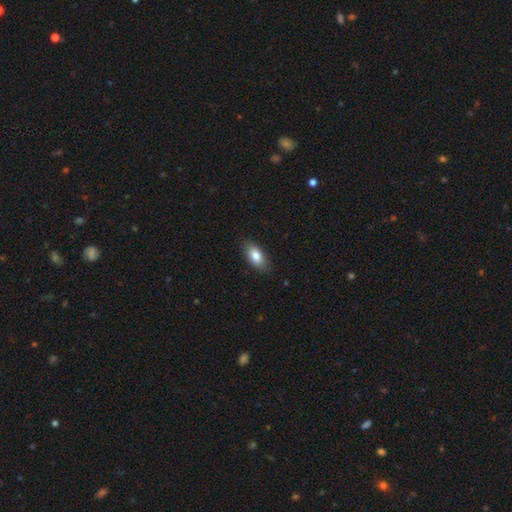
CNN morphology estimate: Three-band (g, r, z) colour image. It shows a smooth galaxy with no disk features (82%) that is in between round and cigar-shaped (89%). Merging: none (85%).